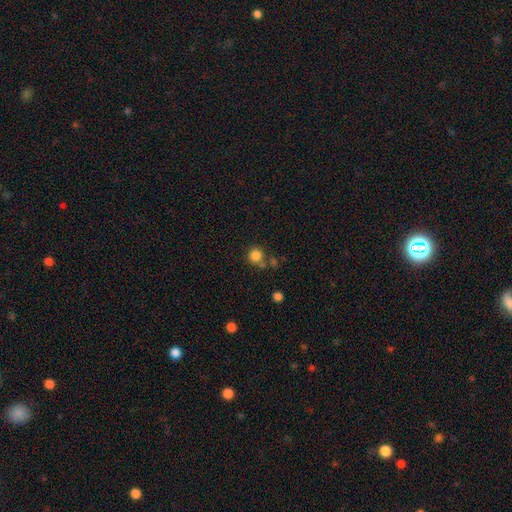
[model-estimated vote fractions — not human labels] smooth 82%, star or artifact 12%, featured or disk 6%. Down the decision tree: how rounded — round (91%); merging — none (68%).